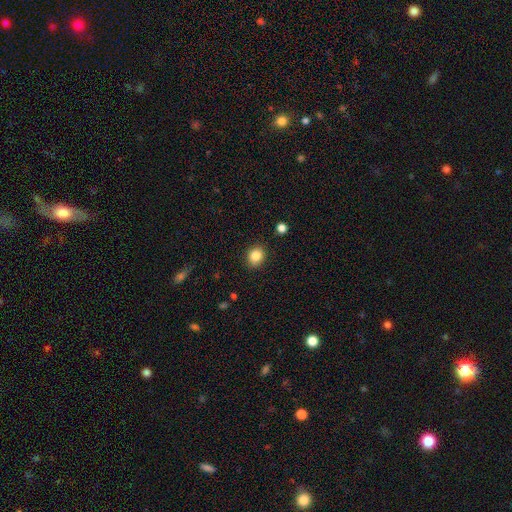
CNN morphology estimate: smooth 84%, star or artifact 10%, featured or disk 6%. Down the decision tree: how rounded — round (67%); merging — none (88%).